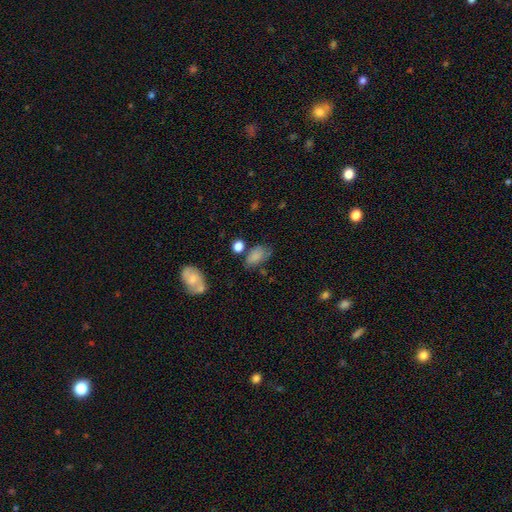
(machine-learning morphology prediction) A smooth galaxy with no disk features (76%) that is in between round and cigar-shaped (87%). Merging: none (51%).